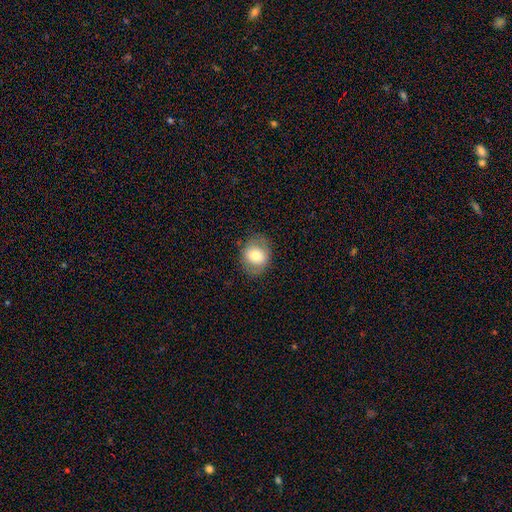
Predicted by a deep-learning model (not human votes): Q: Smooth or featured?
A: smooth (71%); runner-up: featured or disk (21%)
Q: How rounded?
A: round (55%); runner-up: in between (44%)
Q: Merging?
A: none (81%); runner-up: minor disturbance (13%)